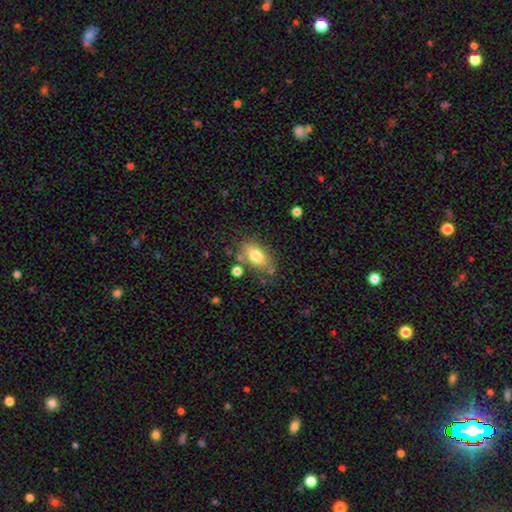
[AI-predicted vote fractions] Smooth or featured? Predicted: smooth (p=0.77). How rounded? Predicted: in between (p=0.87). Merging? Predicted: none (p=0.65).